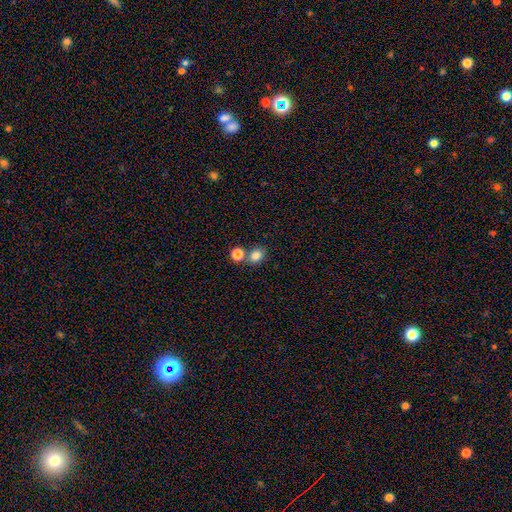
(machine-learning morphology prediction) A smooth galaxy with no disk features (82%) that is round (57%). Merging: none (62%).